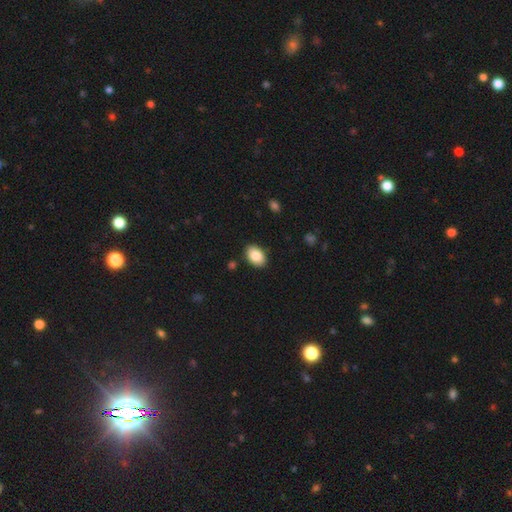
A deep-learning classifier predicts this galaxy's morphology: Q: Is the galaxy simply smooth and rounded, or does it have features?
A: smooth — 87%.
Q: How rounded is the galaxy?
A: in between — 88%.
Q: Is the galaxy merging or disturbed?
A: none — 89%.